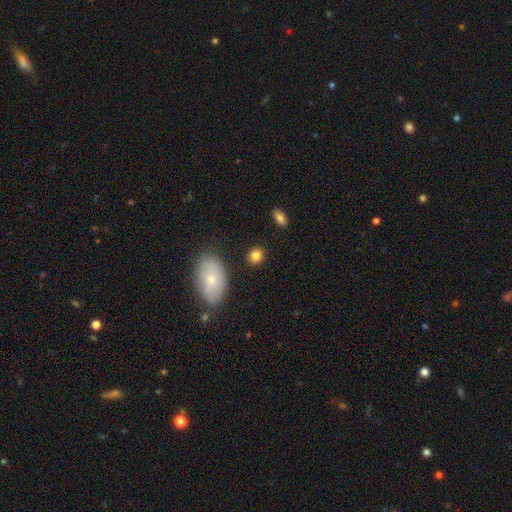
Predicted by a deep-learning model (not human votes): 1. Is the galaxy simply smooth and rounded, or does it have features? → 83% smooth, 10% star or artifact, 7% featured or disk.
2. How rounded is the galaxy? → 61% round, 37% in between, 2% cigar-shaped.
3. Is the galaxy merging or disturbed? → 84% none, 10% minor disturbance, 3% major disturbance, 3% merger.